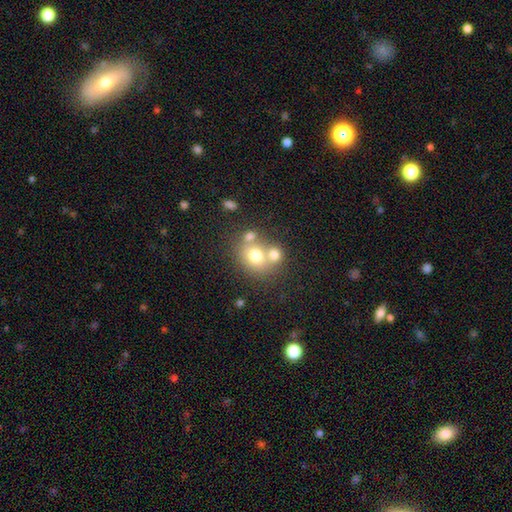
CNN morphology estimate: This is likely a smooth galaxy (70%). How rounded: likely round (68%). Merging: marginally merger (44%).